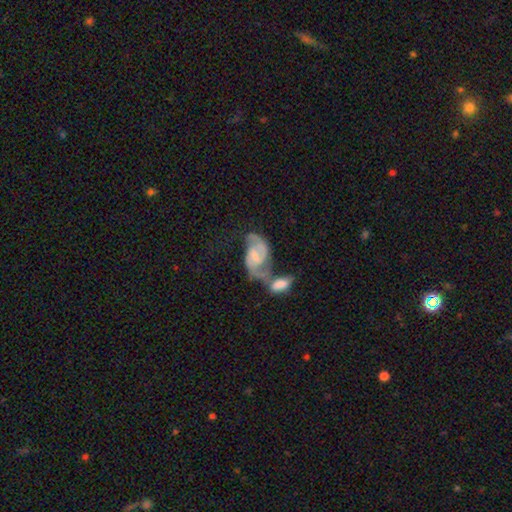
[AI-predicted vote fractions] A featured or disk galaxy (80%) with a weak bar (50%), 2 (88%) medium (49%) spiral arms (93%) and a small central bulge (48%).

Vote fractions:
- Smooth or featured? featured or disk: 80% / smooth: 14% / star or artifact: 6%
- Edge-on disk? no: 97% / yes: 3%
- Bar? weak: 50% / no: 30% / strong: 20%
- Spiral arms? yes: 93% / no: 7%
- Spiral winding? medium: 49% / loose: 31% / tight: 20%
- Spiral arm count? 2: 88% / can't tell: 6% / 1: 3% / 3: 1% / 4: 1% / more than 4: 1%
- Bulge size? small: 48% / moderate: 24% / none: 22% / large: 5% / dominant: 2%
- Merging? merger: 53% / none: 23% / minor disturbance: 12% / major disturbance: 12%